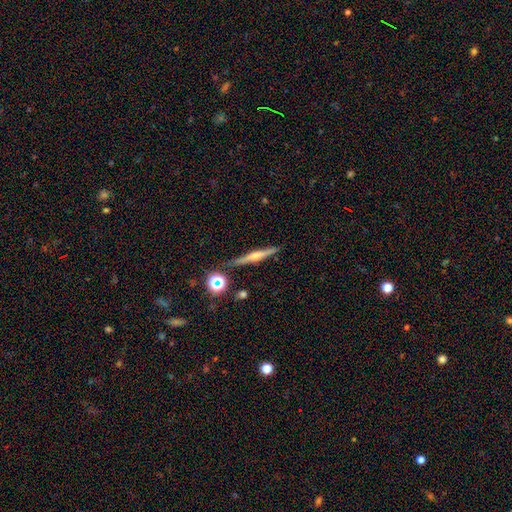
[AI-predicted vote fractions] featured or disk 62%, smooth 28%, star or artifact 10%. Down the decision tree: edge-on disk — yes (96%); edge-on bulge — rounded (79%); merging — none (86%).